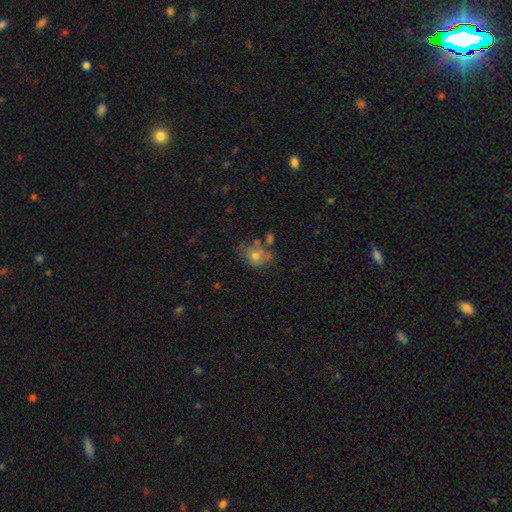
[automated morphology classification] Smooth or featured? smooth (56%)
How rounded? round (55%)
Merging? none (48%)